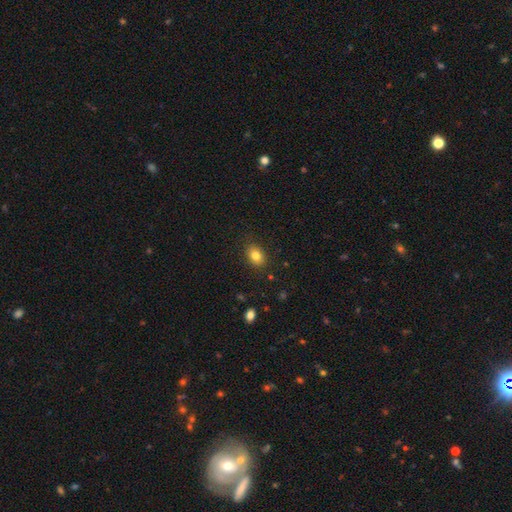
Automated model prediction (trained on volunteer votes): Overall: smooth (82%). How rounded: in between (77%). Merging: none (85%).